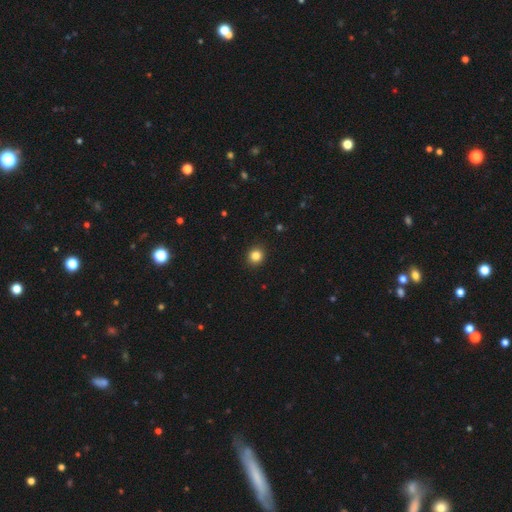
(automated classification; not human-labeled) smooth 85%, star or artifact 11%, featured or disk 4%. Down the decision tree: how rounded — round (86%); merging — none (92%).